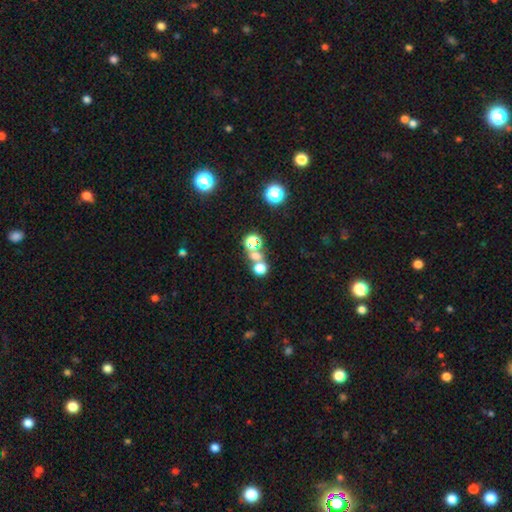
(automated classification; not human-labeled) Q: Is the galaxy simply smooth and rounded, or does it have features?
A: smooth — 53%.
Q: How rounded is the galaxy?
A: round — 79%.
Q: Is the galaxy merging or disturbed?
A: none — 52%.